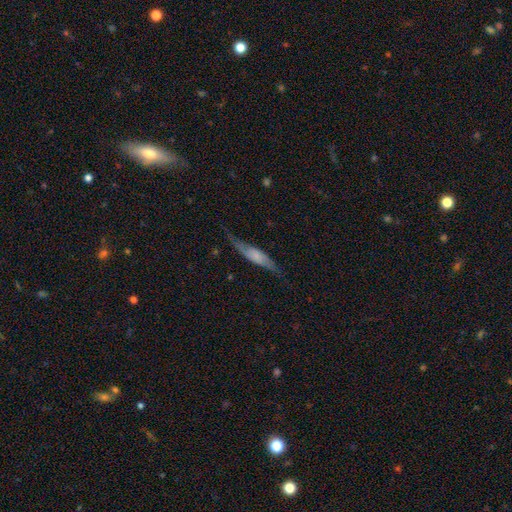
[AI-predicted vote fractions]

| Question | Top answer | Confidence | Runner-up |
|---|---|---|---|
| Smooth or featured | featured or disk | 56% | smooth (37%) |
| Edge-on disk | yes | 67% | no (33%) |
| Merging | none | 62% | minor disturbance (25%) |